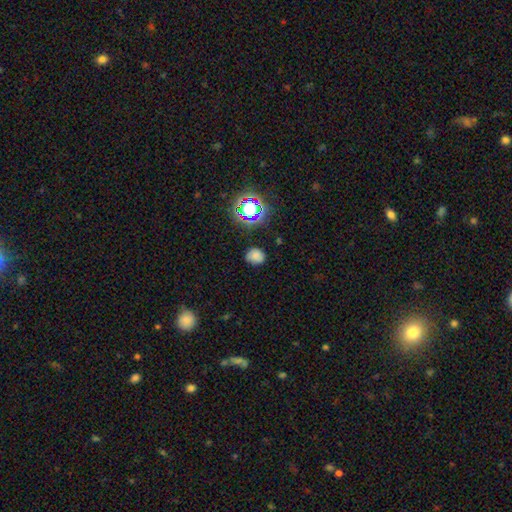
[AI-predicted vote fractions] The model was most divided on "how rounded": round: 70%, in between: 29%, cigar-shaped: 1%. More confident: merging — none (72%); smooth or featured — smooth (70%).